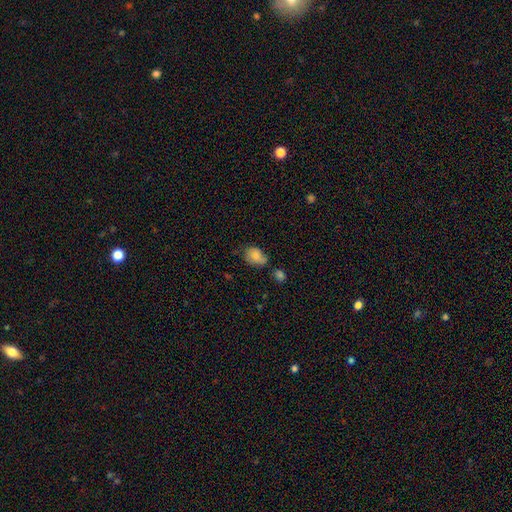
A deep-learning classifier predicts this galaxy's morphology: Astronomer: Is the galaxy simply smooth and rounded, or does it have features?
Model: smooth — 78%.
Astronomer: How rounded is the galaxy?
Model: in between — 71%.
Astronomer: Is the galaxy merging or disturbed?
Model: none — 46% (runner-up: minor disturbance, 35%).